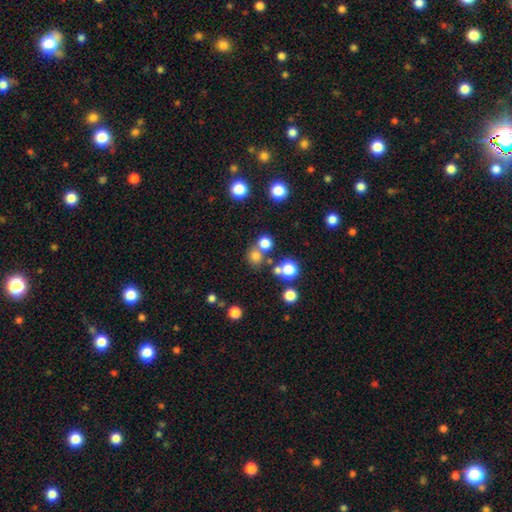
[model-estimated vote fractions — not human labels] A smooth galaxy with no disk features (72%) that is round (87%). Merging: none (65%).